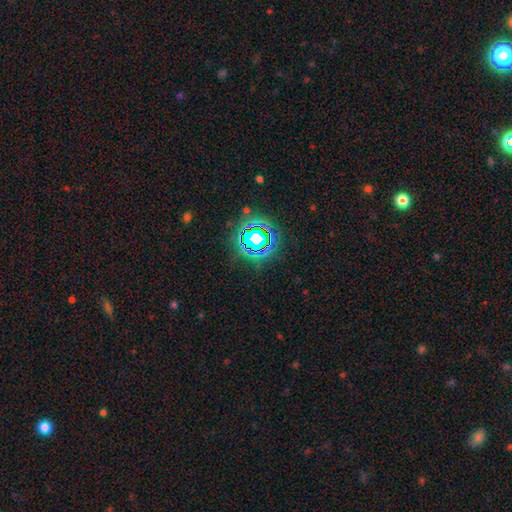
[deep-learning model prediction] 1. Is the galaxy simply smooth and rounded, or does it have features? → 77% star or artifact, 16% smooth, 7% featured or disk.